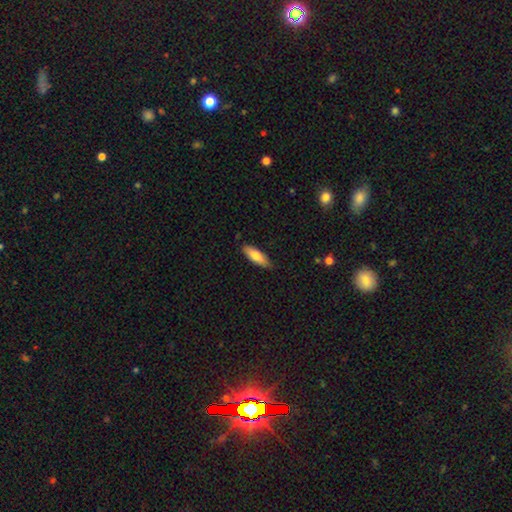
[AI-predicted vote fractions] Smooth or featured? Predicted: smooth (p=0.77). How rounded? Predicted: in between (p=0.57). Merging? Predicted: none (p=0.85).